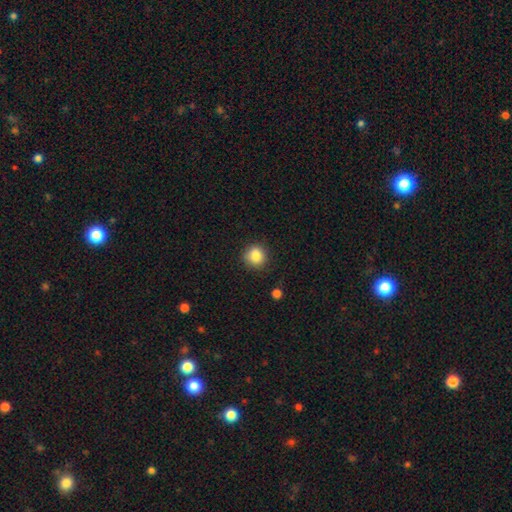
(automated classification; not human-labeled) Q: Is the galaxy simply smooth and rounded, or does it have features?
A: smooth — 86%.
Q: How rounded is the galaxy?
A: round — 86%.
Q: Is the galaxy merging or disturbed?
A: none — 83%.